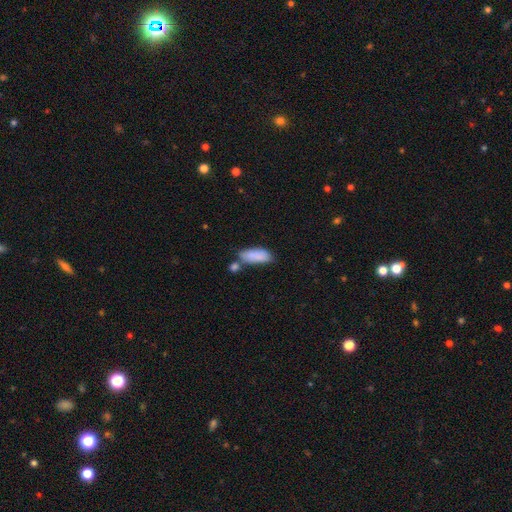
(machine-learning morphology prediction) Overall: smooth (86%). How rounded: in between (79%). Merging: none (51%; merger 24%).